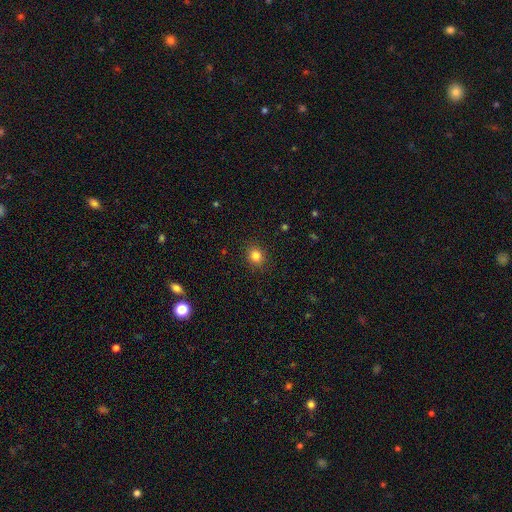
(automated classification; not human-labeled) A smooth galaxy with no disk features (83%) that is round (76%). Merging: none (89%).